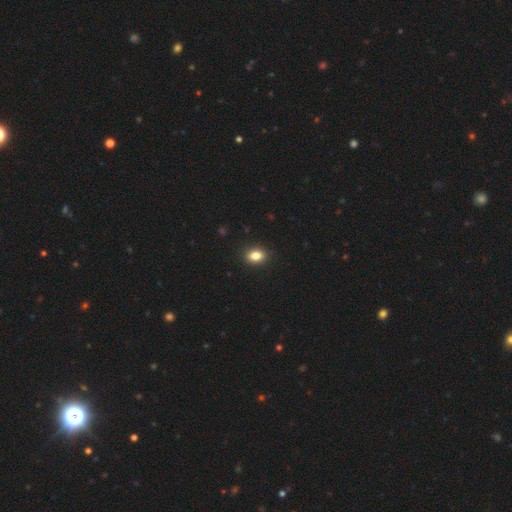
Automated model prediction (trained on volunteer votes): Smooth or featured? smooth (85%)
How rounded? in between (77%)
Merging? none (89%)